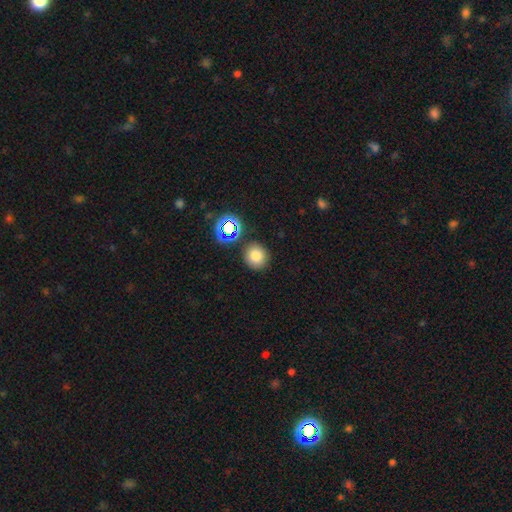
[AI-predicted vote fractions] A smooth galaxy with no disk features (75%) that is round (88%).

Vote fractions:
- Smooth or featured? smooth: 75% / star or artifact: 17% / featured or disk: 8%
- How rounded? round: 88% / in between: 12% / cigar-shaped: 1%
- Merging? none: 84% / minor disturbance: 8% / merger: 5% / major disturbance: 3%